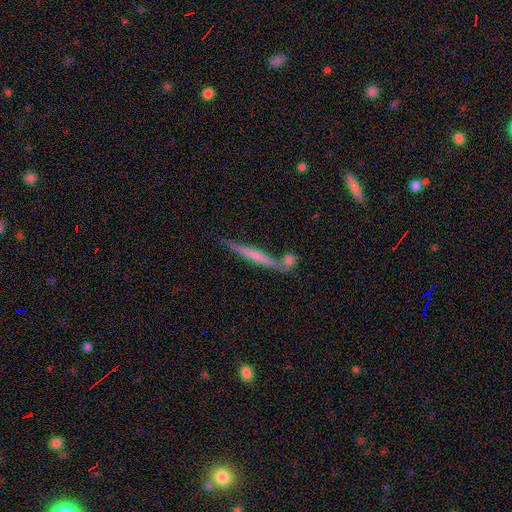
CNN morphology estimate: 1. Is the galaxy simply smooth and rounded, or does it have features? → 48% featured or disk, 44% smooth, 7% star or artifact.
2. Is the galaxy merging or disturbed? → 62% none, 20% merger, 13% minor disturbance, 5% major disturbance.